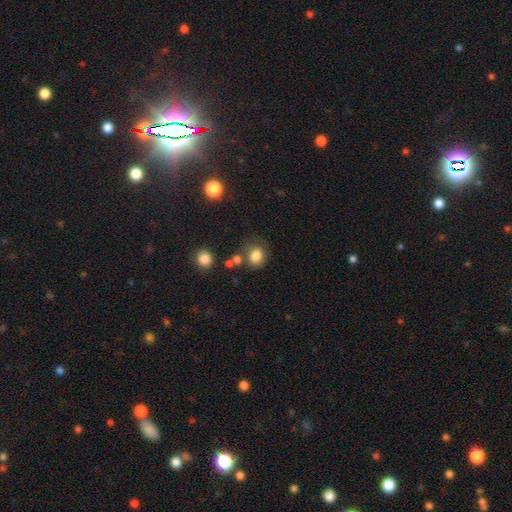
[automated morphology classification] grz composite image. It shows a smooth galaxy with no disk features (82%) that is round (72%). Merging: none (70%).